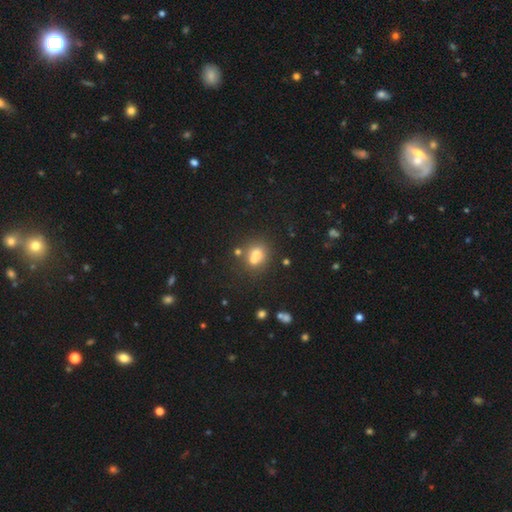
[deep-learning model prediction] This is likely a smooth galaxy (66%). How rounded: likely round (72%). Merging: marginally merger (44%).